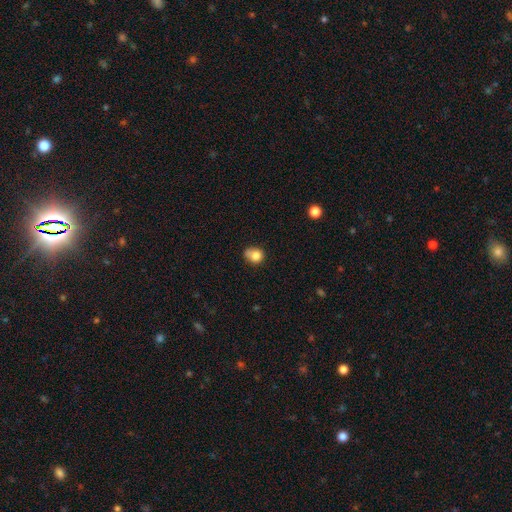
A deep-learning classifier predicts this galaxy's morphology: smooth_or_featured: smooth (p=0.80) [alt: star or artifact p=0.10]
how_rounded: round (p=0.65) [alt: in between p=0.34]
merging: none (p=0.49) [alt: minor disturbance p=0.31]